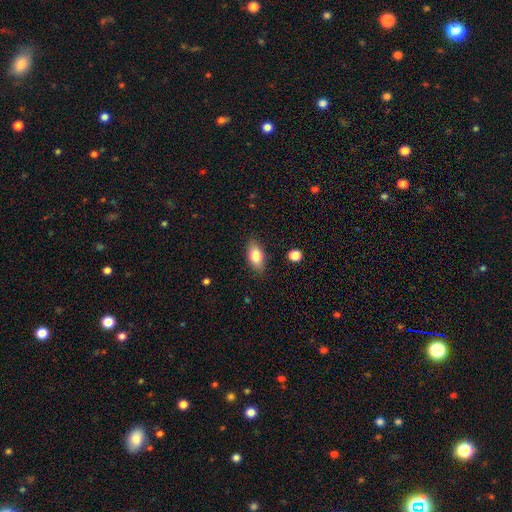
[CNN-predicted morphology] smooth-or-featured: smooth: 78% | featured or disk: 14% | star or artifact: 7%
  how-rounded: in between: 87% | cigar-shaped: 8% | round: 6%
  merging: none: 85% | minor disturbance: 11% | major disturbance: 3% | merger: 1%